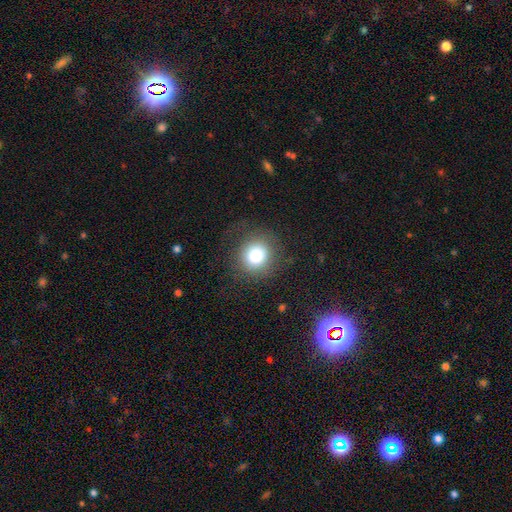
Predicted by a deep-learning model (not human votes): This appears to be a smooth galaxy with no disk features (78%) that is round (89%). Merging: none (77%).